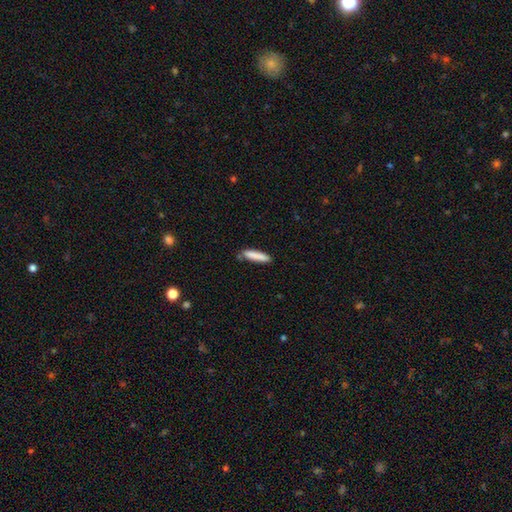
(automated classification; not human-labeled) A smooth galaxy with no disk features (84%) that is cigar-shaped (83%).

Vote fractions:
- Smooth or featured? smooth: 84% / featured or disk: 9% / star or artifact: 7%
- How rounded? cigar-shaped: 83% / in between: 16% / round: 1%
- Merging? none: 78% / minor disturbance: 16% / merger: 4% / major disturbance: 3%